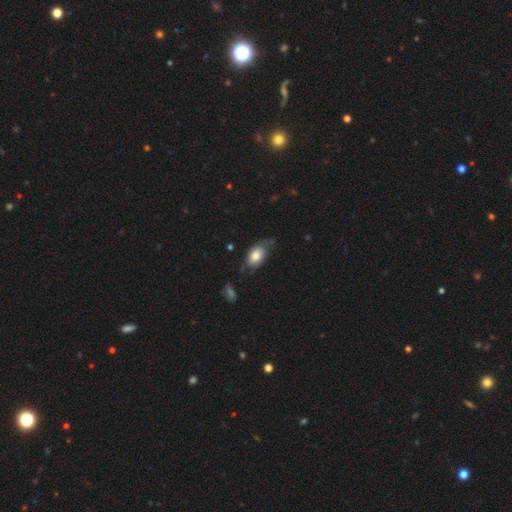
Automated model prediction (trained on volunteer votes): The model was most divided on "merging": none: 52%, minor disturbance: 33%, major disturbance: 12%, merger: 3%. More confident: how rounded — in between (90%); smooth or featured — smooth (71%).